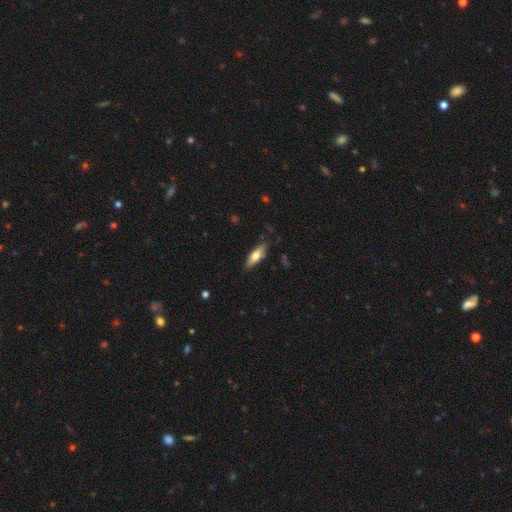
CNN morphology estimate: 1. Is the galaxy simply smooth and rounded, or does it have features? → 62% smooth, 32% featured or disk, 6% star or artifact.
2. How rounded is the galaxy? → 49% in between (tied), 49% cigar-shaped (tied), 2% round.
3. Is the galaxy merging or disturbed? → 82% none, 14% minor disturbance, 3% major disturbance, 2% merger.